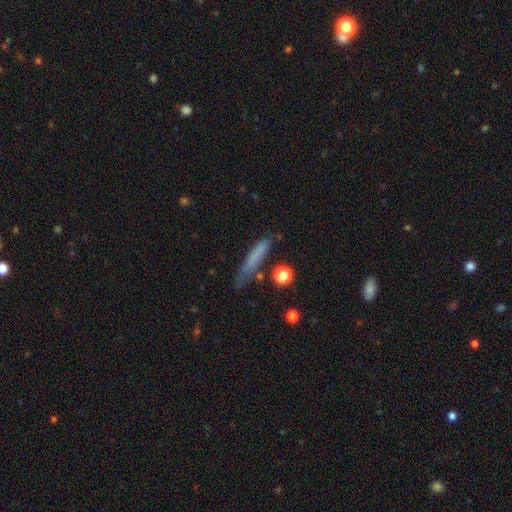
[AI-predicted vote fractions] Smooth or featured?
  - smooth: 68% *
  - featured or disk: 21%
  - star or artifact: 11%
How rounded?
  - cigar-shaped: 88% *
  - in between: 9%
  - round: 3%
Merging?
  - none: 64% *
  - minor disturbance: 23%
  - major disturbance: 9%
  - merger: 4%